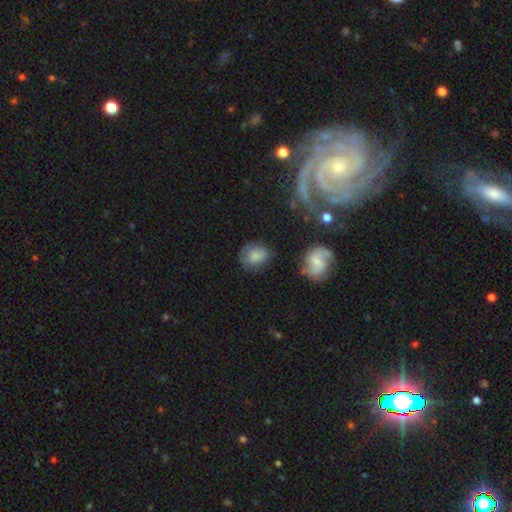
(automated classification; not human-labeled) Overall: smooth (74%). How rounded: round (54%; in between 45%). Merging: none (60%; minor disturbance 26%).